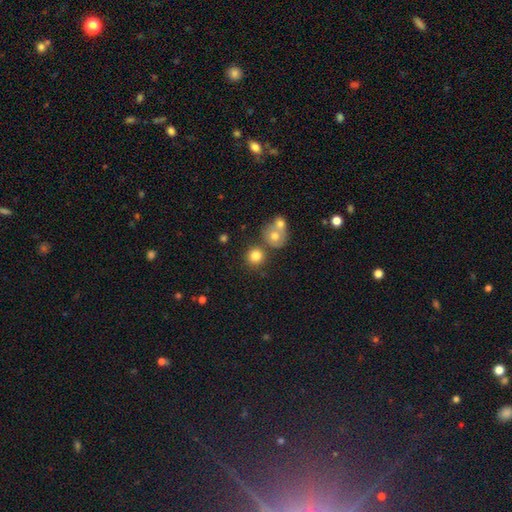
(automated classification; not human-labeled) Smooth or featured: smooth — 79% (star or artifact — 11%)
How rounded: round — 89% (in between — 10%)
Merging: none — 65% (merger — 23%)